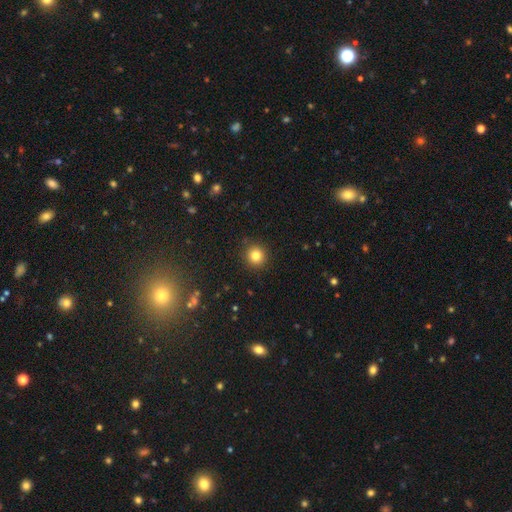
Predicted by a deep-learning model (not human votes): This is clearly a smooth galaxy (82%). How rounded: clearly round (94%). Merging: clearly none (91%).